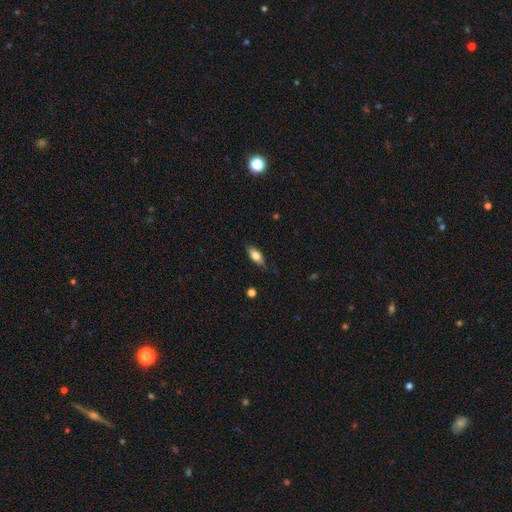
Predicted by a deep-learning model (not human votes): Smooth or featured: smooth — 71% (featured or disk — 22%)
How rounded: in between — 79% (cigar-shaped — 17%)
Merging: none — 79% (minor disturbance — 16%)